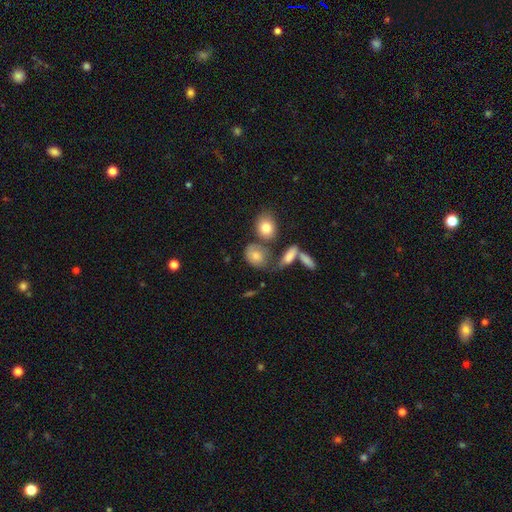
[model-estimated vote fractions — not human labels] Morphology: type=smooth (70%); roundness=in between (60%); merging=none (43%).